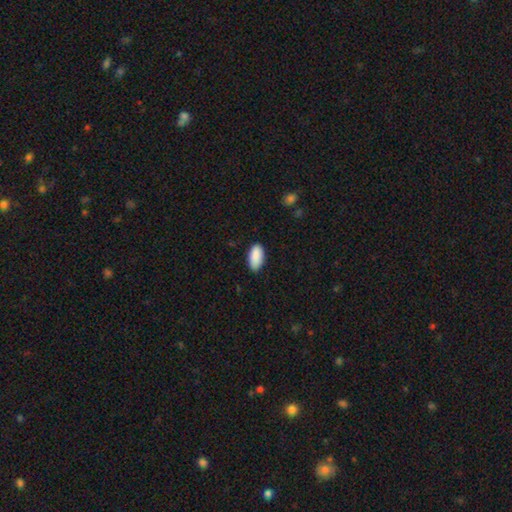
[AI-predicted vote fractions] This is clearly a smooth galaxy (90%). How rounded: clearly in between (95%). Merging: clearly none (85%).